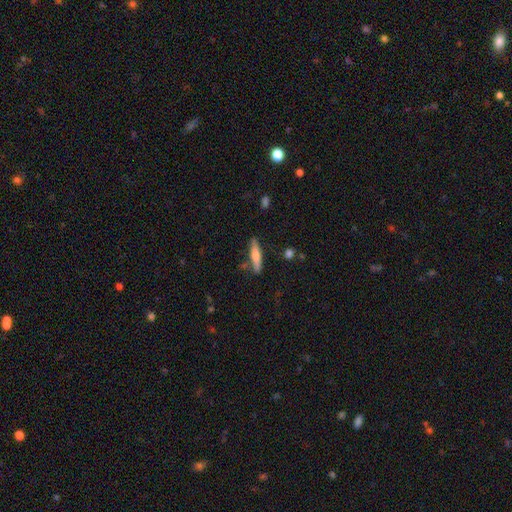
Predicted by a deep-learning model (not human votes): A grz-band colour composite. It shows a smooth galaxy with no disk features (61%) that is cigar-shaped (85%). Merging: none (81%).